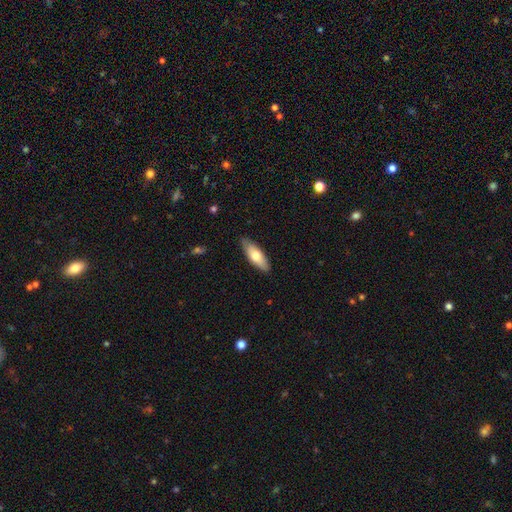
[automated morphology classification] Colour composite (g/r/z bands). It shows a smooth galaxy with no disk features (70%) that is in between round and cigar-shaped (65%). Merging: none (86%).